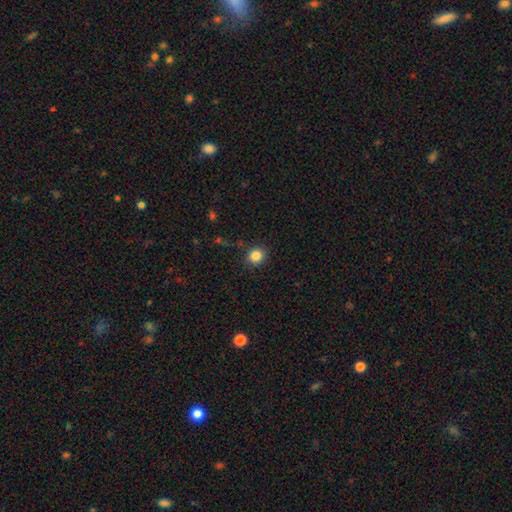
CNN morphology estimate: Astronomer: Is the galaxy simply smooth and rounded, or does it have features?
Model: smooth — 85%.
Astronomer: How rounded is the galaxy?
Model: round — 82%.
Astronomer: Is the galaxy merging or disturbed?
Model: none — 89%.